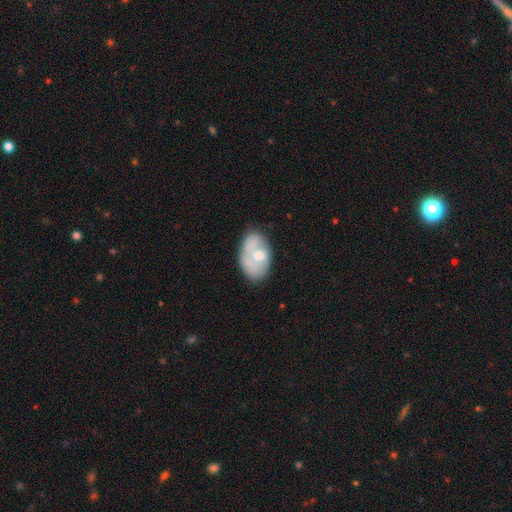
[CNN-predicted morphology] Smooth or featured?
  - smooth: 51% *
  - featured or disk: 42%
  - star or artifact: 7%
How rounded?
  - in between: 89% *
  - round: 9%
  - cigar-shaped: 1%
Merging?
  - none: 44% *
  - minor disturbance: 30%
  - major disturbance: 16%
  - merger: 10%